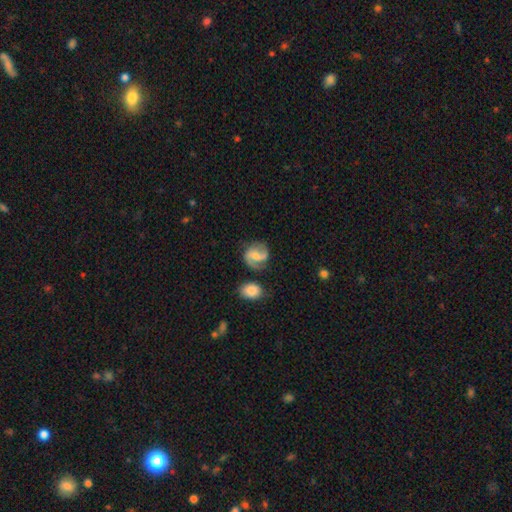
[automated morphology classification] Smooth or featured?
  - featured or disk: 75% *
  - smooth: 18%
  - star or artifact: 7%
Edge-on disk?
  - no: 98% *
  - yes: 2%
Bar?
  - weak: 47% *
  - no: 38%
  - strong: 16%
Spiral arms?
  - yes: 95% *
  - no: 5%
Spiral winding?
  - medium: 50% *
  - loose: 31%
  - tight: 18%
Spiral arm count?
  - 2: 87% *
  - 1: 5%
  - can't tell: 4%
  - 3: 2%
  - 4: 1%
  - more than 4: 1%
Bulge size?
  - small: 43% *
  - moderate: 42%
  - none: 10%
  - large: 4%
  - dominant: 1%
Merging?
  - none: 70% *
  - minor disturbance: 17%
  - major disturbance: 7%
  - merger: 5%